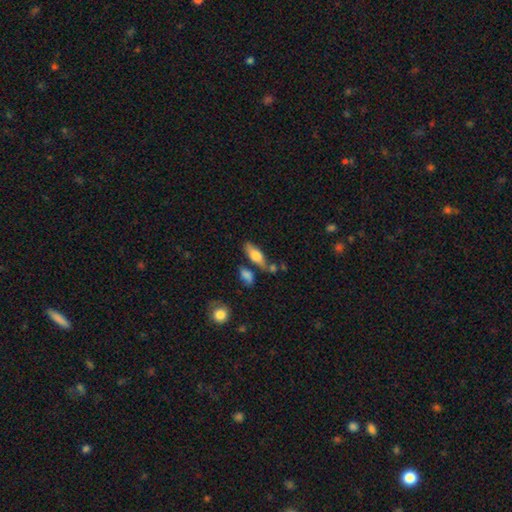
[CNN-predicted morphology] Smooth or featured? smooth (69%)
How rounded? in between (68%)
Merging? none (63%)